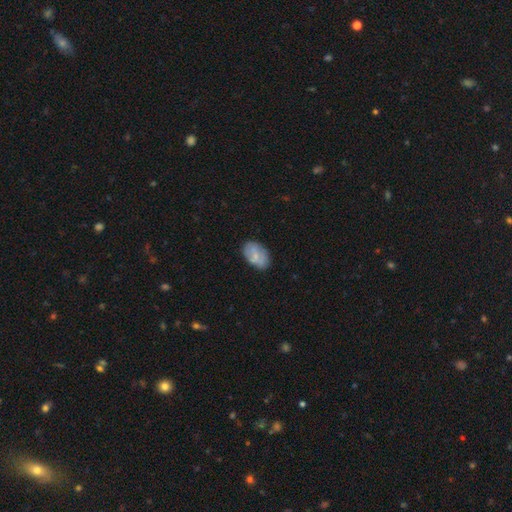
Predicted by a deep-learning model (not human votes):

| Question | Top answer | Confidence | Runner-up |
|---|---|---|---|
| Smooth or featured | smooth | 67% | featured or disk (26%) |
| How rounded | in between | 89% | round (9%) |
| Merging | none | 74% | minor disturbance (19%) |